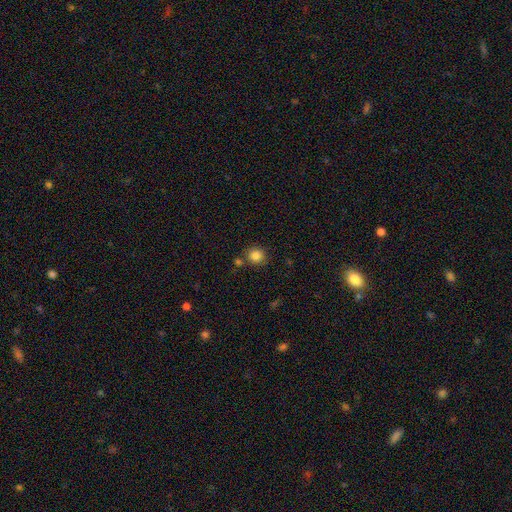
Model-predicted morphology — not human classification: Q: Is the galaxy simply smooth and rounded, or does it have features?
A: smooth — 85%.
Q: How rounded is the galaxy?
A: round — 87%.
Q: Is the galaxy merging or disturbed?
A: none — 76%.